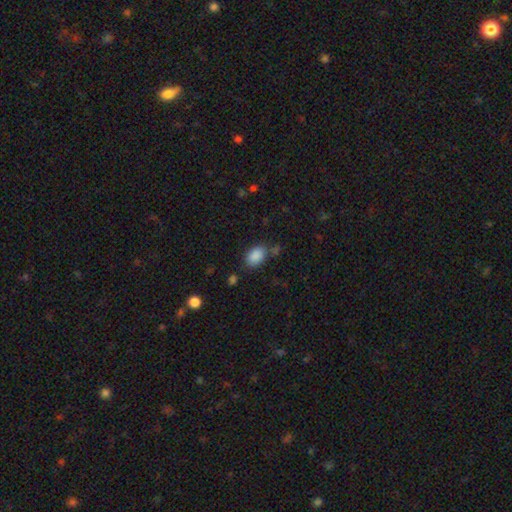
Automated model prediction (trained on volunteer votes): A smooth galaxy with no disk features (88%) that is in between round and cigar-shaped (86%).

Vote fractions:
- Smooth or featured? smooth: 88% / star or artifact: 8% / featured or disk: 4%
- How rounded? in between: 86% / round: 13% / cigar-shaped: 1%
- Merging? none: 73% / minor disturbance: 15% / merger: 7% / major disturbance: 5%